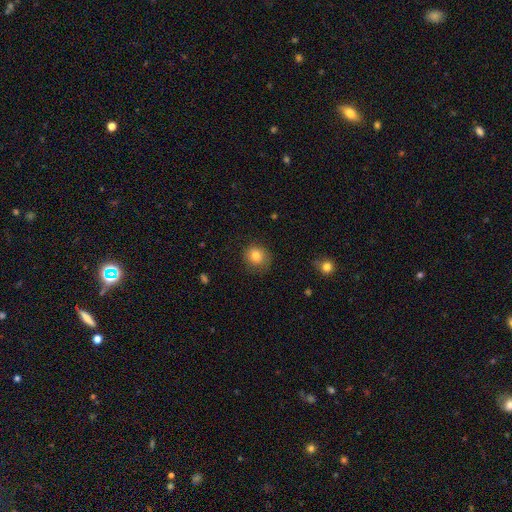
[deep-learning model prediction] This is clearly a smooth galaxy (81%). How rounded: clearly round (88%). Merging: likely none (80%).